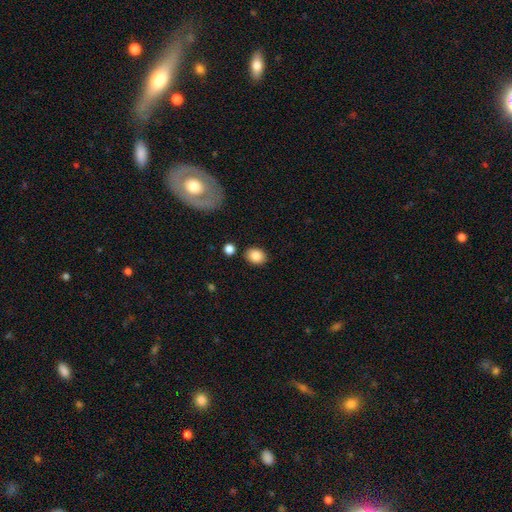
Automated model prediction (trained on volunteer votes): Smooth or featured? smooth (85%)
How rounded? in between (57%)
Merging? none (85%)